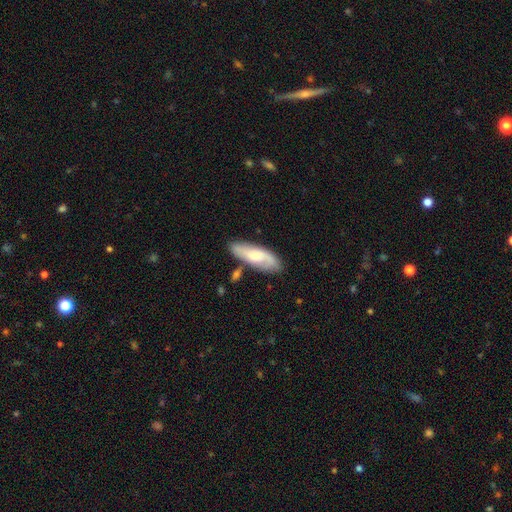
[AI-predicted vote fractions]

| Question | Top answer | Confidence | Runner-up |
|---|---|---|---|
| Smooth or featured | smooth | 52% | featured or disk (42%) |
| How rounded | in between | 65% | cigar-shaped (32%) |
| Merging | none | 70% | minor disturbance (17%) |